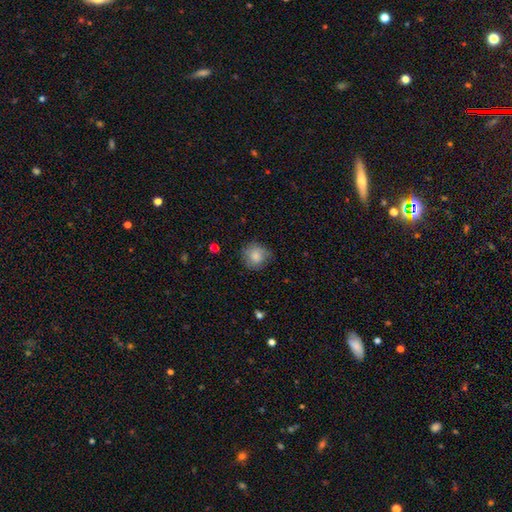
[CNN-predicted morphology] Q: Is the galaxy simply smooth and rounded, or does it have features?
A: smooth — 77%.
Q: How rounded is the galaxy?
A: round — 85%.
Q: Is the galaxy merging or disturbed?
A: none — 73%.